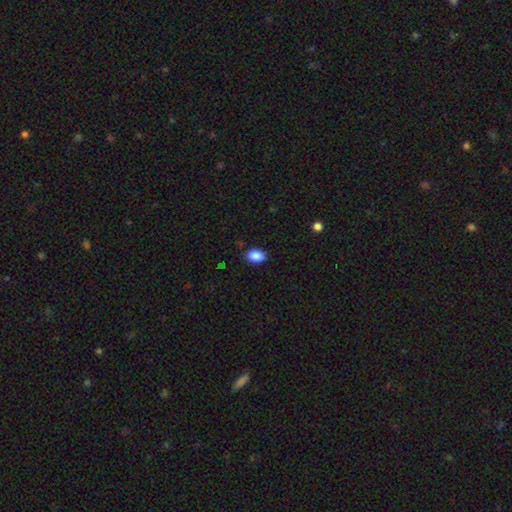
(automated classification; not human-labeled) A smooth galaxy with no disk features (89%) that is in between round and cigar-shaped (87%).

Vote fractions:
- Smooth or featured? smooth: 89% / star or artifact: 8% / featured or disk: 4%
- How rounded? in between: 87% / round: 12% / cigar-shaped: 1%
- Merging? none: 88% / minor disturbance: 9% / major disturbance: 2% / merger: 1%